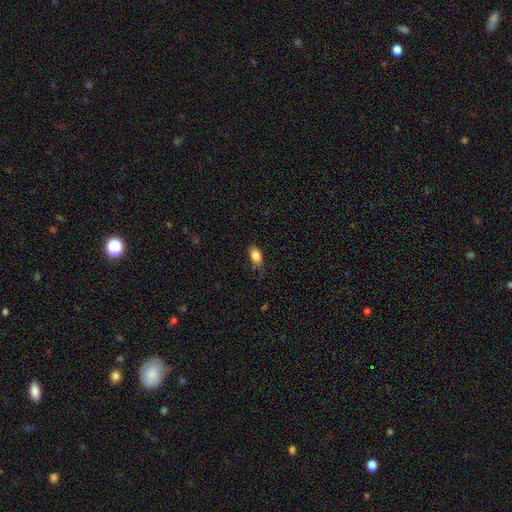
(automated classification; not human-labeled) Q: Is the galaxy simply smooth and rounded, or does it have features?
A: smooth — 86%.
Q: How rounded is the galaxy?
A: in between — 89%.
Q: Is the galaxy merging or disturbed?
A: none — 63%.